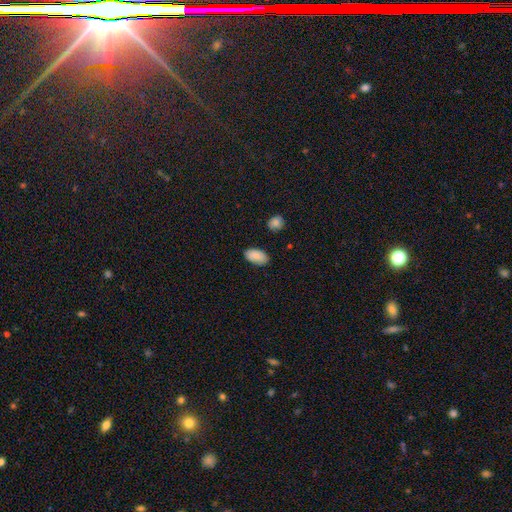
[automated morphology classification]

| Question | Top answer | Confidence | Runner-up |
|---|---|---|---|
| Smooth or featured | smooth | 87% | star or artifact (7%) |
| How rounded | in between | 94% | round (4%) |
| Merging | none | 84% | minor disturbance (12%) |